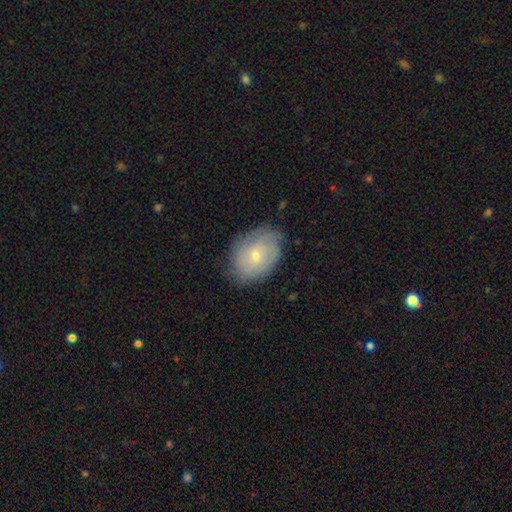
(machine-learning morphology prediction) This is possibly a smooth galaxy (50%). How rounded: likely in between (71%). Merging: likely none (71%).